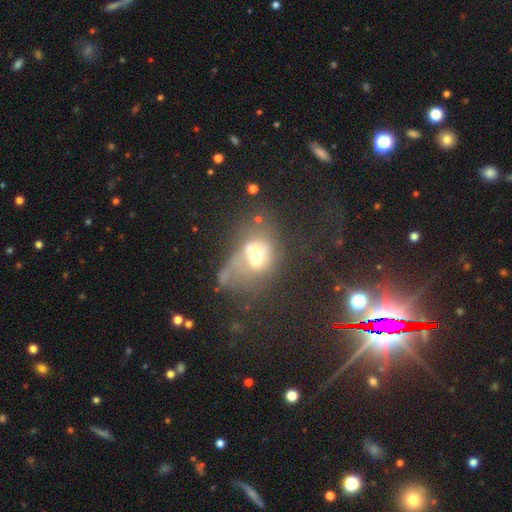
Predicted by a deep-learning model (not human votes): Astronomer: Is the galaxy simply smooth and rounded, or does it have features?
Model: featured or disk — 44% (runner-up: smooth, 37%).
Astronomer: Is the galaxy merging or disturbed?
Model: merger — 37% (runner-up: major disturbance, 33%).